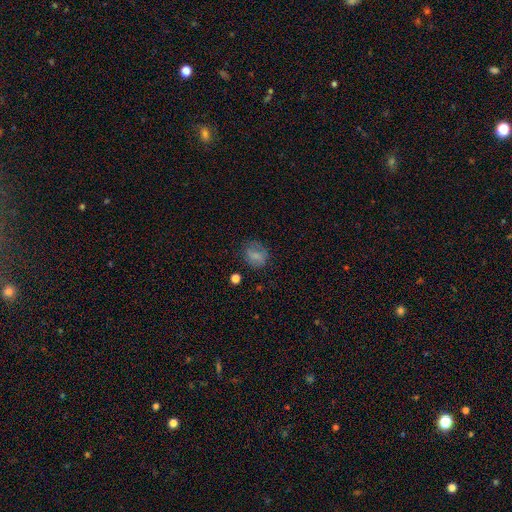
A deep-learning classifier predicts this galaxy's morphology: Smooth or featured? smooth (74%)
How rounded? round (57%)
Merging? none (67%)